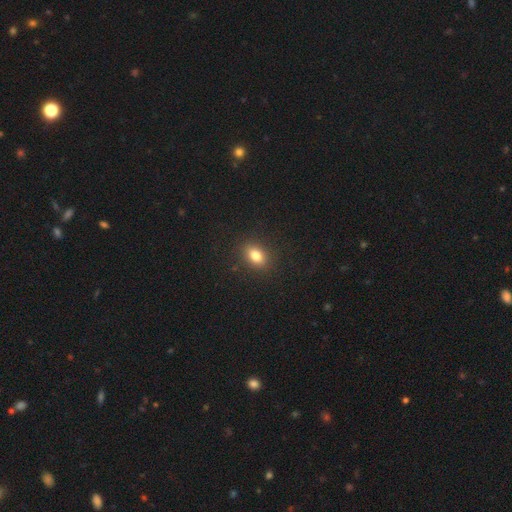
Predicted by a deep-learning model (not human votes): Q: Smooth or featured?
A: smooth (81%); runner-up: star or artifact (11%)
Q: How rounded?
A: in between (72%); runner-up: round (26%)
Q: Merging?
A: none (88%); runner-up: minor disturbance (8%)